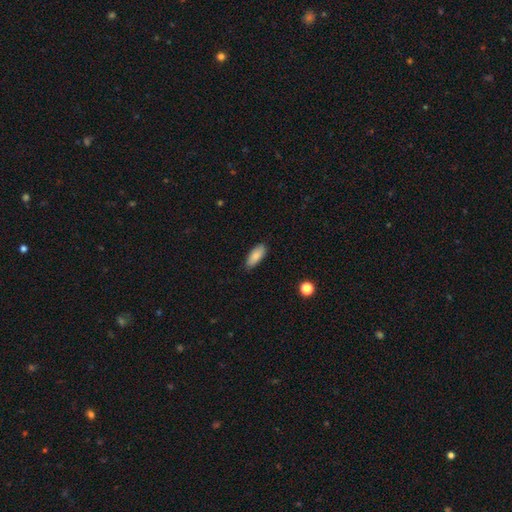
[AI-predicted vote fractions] A smooth galaxy with no disk features (85%) that is in between round and cigar-shaped (80%).

Vote fractions:
- Smooth or featured? smooth: 85% / featured or disk: 9% / star or artifact: 7%
- How rounded? in between: 80% / cigar-shaped: 18% / round: 2%
- Merging? none: 84% / minor disturbance: 12% / major disturbance: 2% / merger: 1%